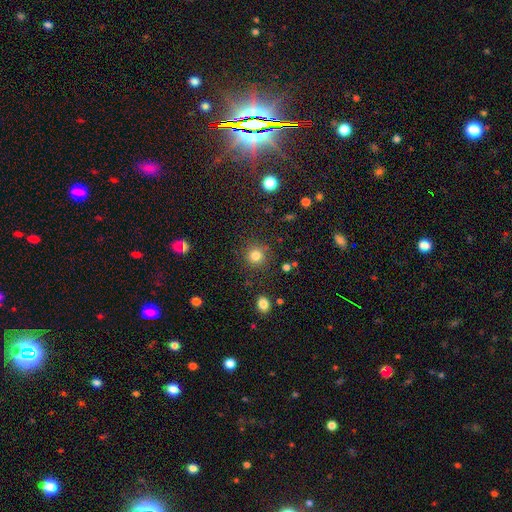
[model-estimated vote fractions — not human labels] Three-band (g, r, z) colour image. It shows a smooth galaxy with no disk features (81%) that is round (92%). Merging: none (87%).